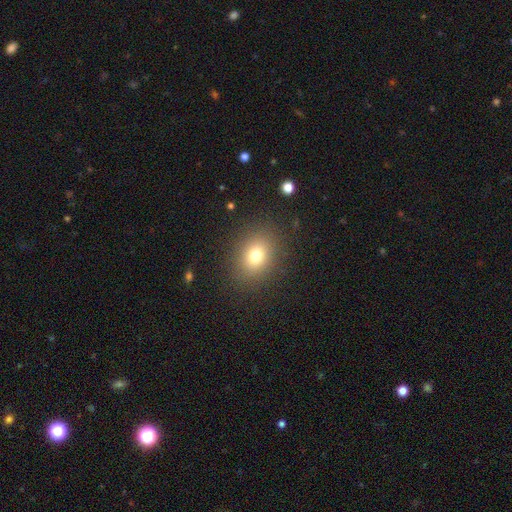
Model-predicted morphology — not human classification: A smooth galaxy with no disk features (76%) that is in between round and cigar-shaped (53%).

Vote fractions:
- Smooth or featured? smooth: 76% / star or artifact: 14% / featured or disk: 10%
- How rounded? in between: 53% / round: 46% / cigar-shaped: 1%
- Merging? none: 87% / minor disturbance: 8% / major disturbance: 4% / merger: 1%